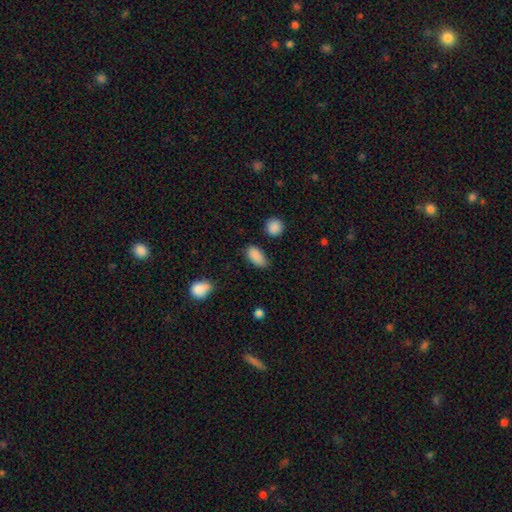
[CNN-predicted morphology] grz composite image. It shows a smooth galaxy with no disk features (87%) that is in between round and cigar-shaped (89%). Merging: none (71%).